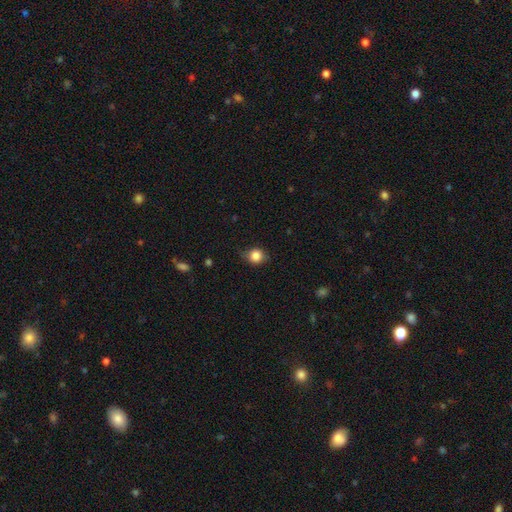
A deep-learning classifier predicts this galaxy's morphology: type=smooth (83%); roundness=round (70%); merging=none (72%).